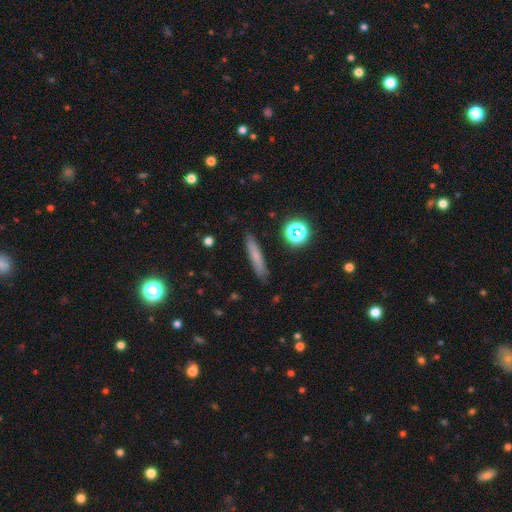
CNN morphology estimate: A smooth galaxy with no disk features (68%) that is cigar-shaped (89%). Merging: none (87%).